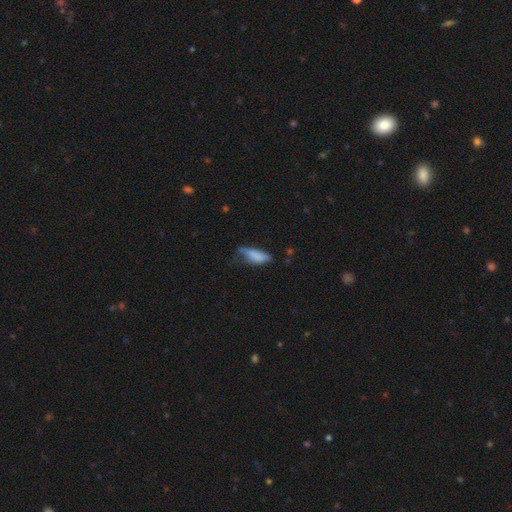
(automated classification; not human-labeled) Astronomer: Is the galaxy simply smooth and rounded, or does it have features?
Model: smooth — 77%.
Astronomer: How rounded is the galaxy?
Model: in between — 63%.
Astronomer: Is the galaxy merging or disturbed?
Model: minor disturbance — 41% (runner-up: none, 33%).